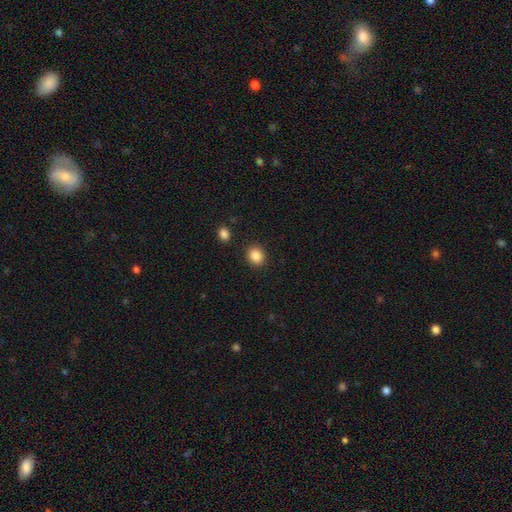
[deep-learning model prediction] Smooth or featured? smooth (87%)
How rounded? round (75%)
Merging? none (89%)